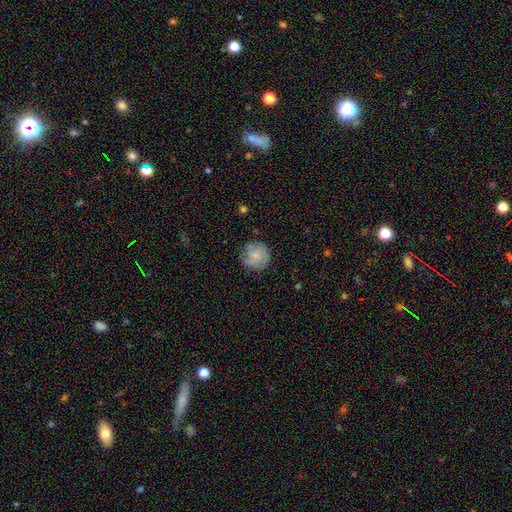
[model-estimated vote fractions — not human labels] This is likely a smooth galaxy (65%). How rounded: clearly round (93%). Merging: likely none (80%).